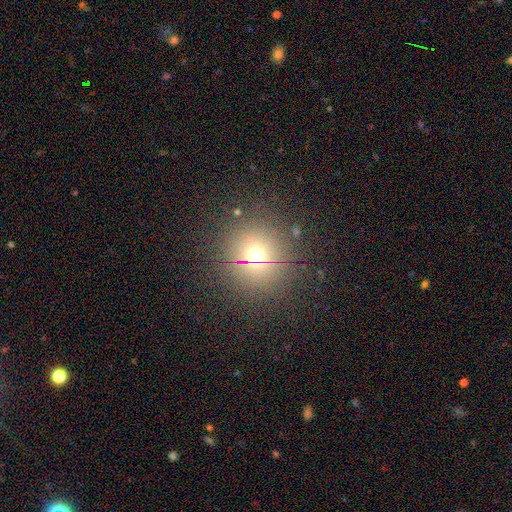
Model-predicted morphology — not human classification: Overall: smooth (64%). How rounded: round (93%). Merging: none (86%).